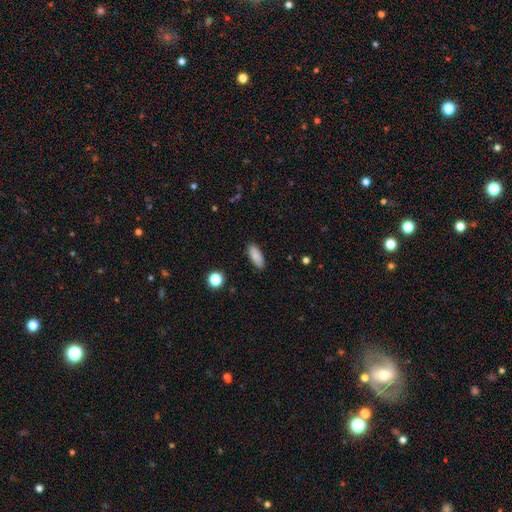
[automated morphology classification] Q: Smooth or featured?
A: smooth (85%); runner-up: star or artifact (8%)
Q: How rounded?
A: in between (79%); runner-up: cigar-shaped (18%)
Q: Merging?
A: none (86%); runner-up: minor disturbance (10%)